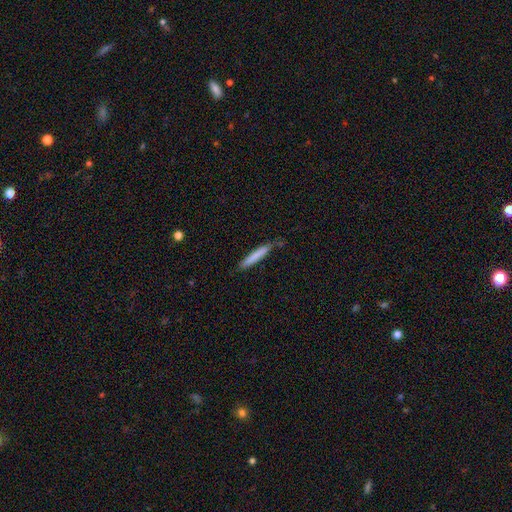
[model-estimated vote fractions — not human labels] Q: Smooth or featured?
A: smooth (76%); runner-up: featured or disk (19%)
Q: How rounded?
A: cigar-shaped (95%); runner-up: in between (4%)
Q: Merging?
A: none (69%); runner-up: minor disturbance (23%)